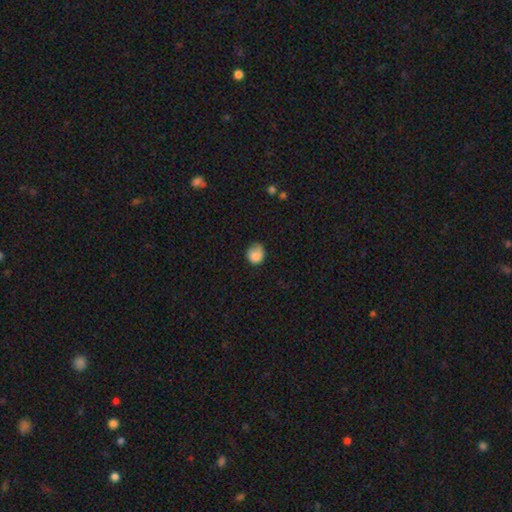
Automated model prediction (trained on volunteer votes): Morphology: type=smooth (85%); roundness=round (75%); merging=none (59%).